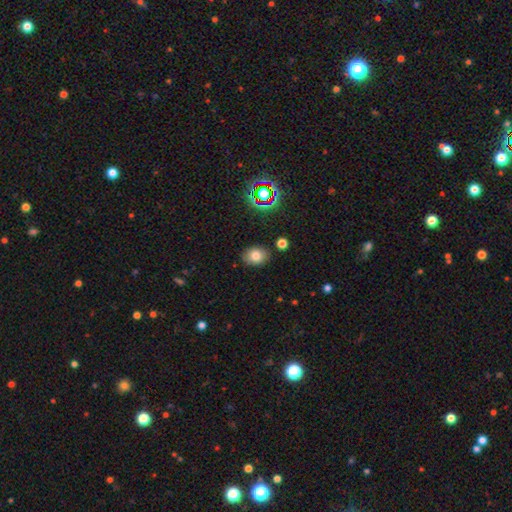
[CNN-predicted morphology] This appears to be a smooth galaxy with no disk features (76%) that is in between round and cigar-shaped (64%). Merging: none (84%).